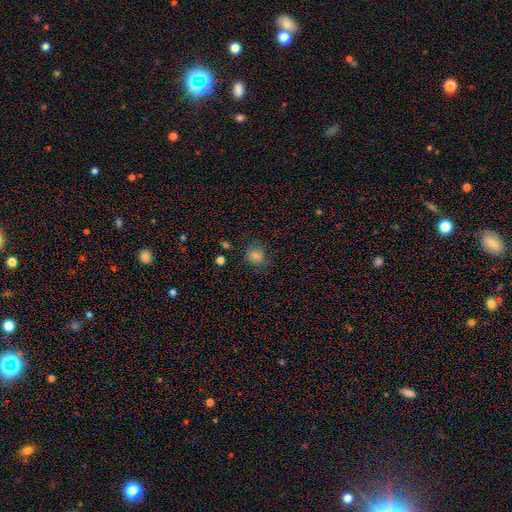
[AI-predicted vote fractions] Q: Smooth or featured?
A: smooth (83%); runner-up: star or artifact (12%)
Q: How rounded?
A: round (77%); runner-up: in between (22%)
Q: Merging?
A: none (75%); runner-up: minor disturbance (17%)